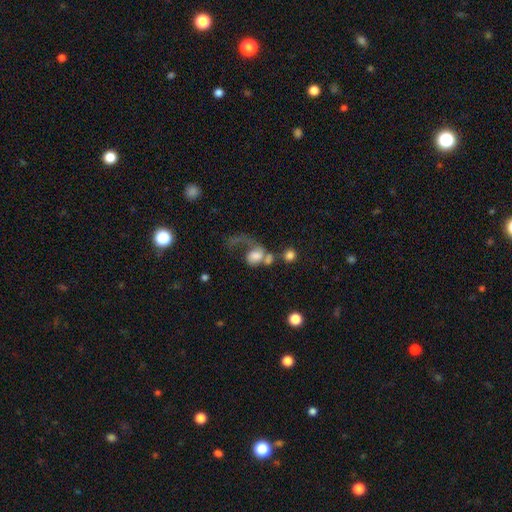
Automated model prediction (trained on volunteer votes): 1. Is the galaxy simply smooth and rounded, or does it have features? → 46% smooth, 44% featured or disk, 10% star or artifact.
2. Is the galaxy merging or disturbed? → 44% major disturbance, 32% merger, 15% none, 9% minor disturbance.